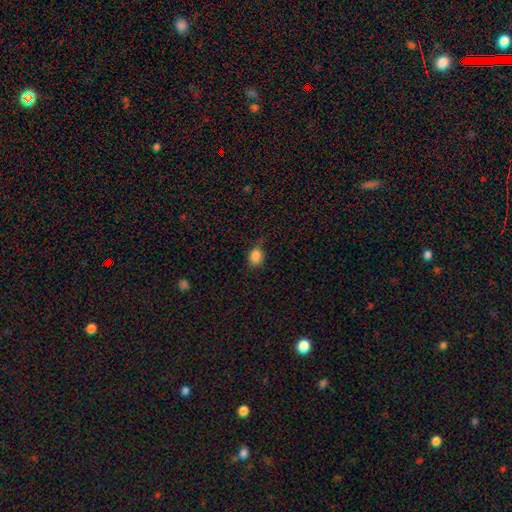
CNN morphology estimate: Smooth or featured? smooth (86%)
How rounded? in between (50%)
Merging? none (66%)